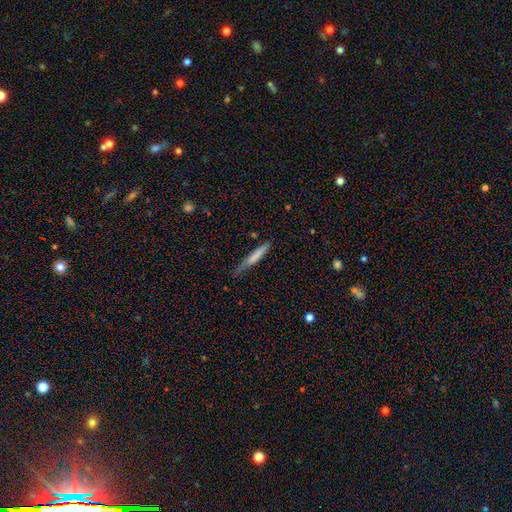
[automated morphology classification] The model was most divided on "merging": none: 58%, minor disturbance: 31%, major disturbance: 9%, merger: 3%. More confident: how rounded — cigar-shaped (92%); smooth or featured — smooth (71%).